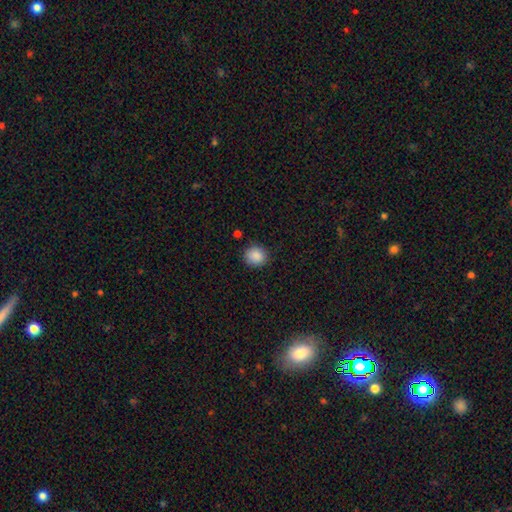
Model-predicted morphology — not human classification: smooth-or-featured: smooth: 89% | star or artifact: 8% | featured or disk: 3%
  how-rounded: round: 84% | in between: 15% | cigar-shaped: 1%
  merging: none: 87% | minor disturbance: 9% | major disturbance: 2% | merger: 2%